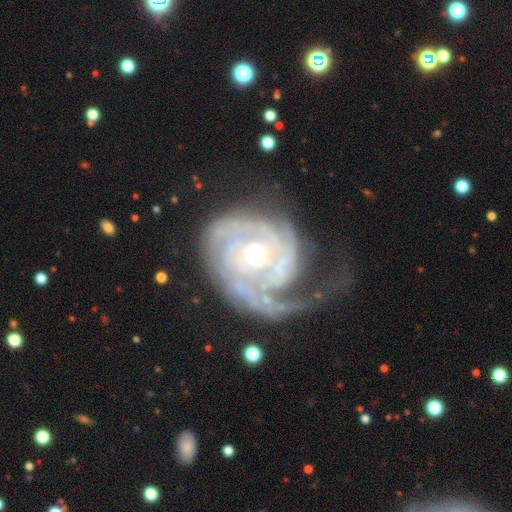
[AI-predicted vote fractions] This appears to be a featured or disk galaxy (91%) with no bar (70%), can't tell (24%, tied with 2) tight (71%) spiral arms (97%) and a moderate central bulge (61%). Merging: none (48%).